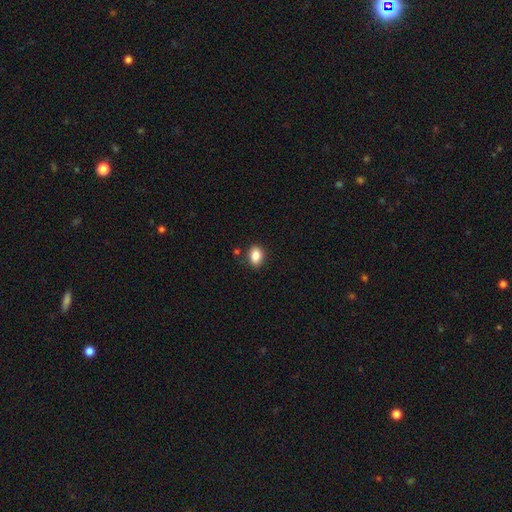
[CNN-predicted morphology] Smooth or featured? Predicted: smooth (p=0.87). How rounded? Predicted: in between (p=0.72). Merging? Predicted: none (p=0.84).